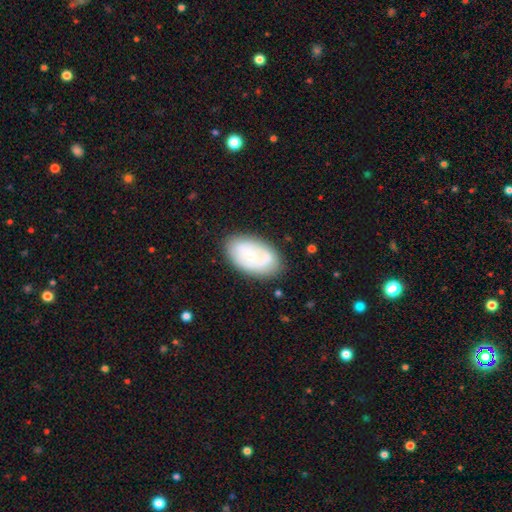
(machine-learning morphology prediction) smooth_or_featured: featured or disk (p=0.47) [alt: smooth p=0.45]
merging: none (p=0.80) [alt: minor disturbance p=0.14]